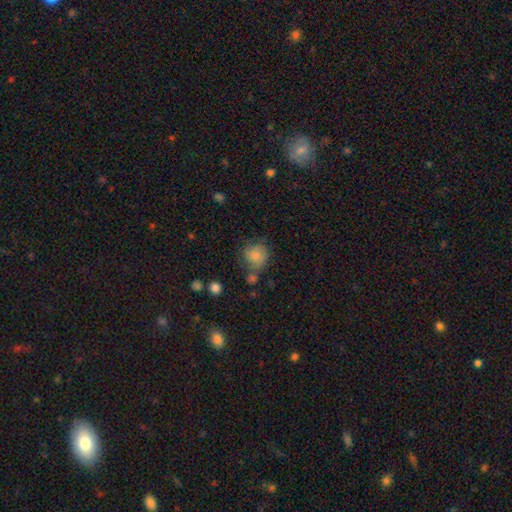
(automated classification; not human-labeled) A smooth galaxy with no disk features (81%) that is round (84%). Merging: none (58%).